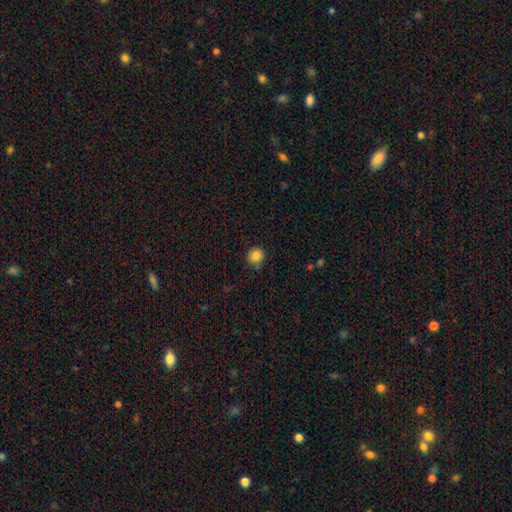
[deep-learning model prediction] Q: Smooth or featured?
A: smooth (85%); runner-up: star or artifact (10%)
Q: How rounded?
A: round (88%); runner-up: in between (11%)
Q: Merging?
A: none (80%); runner-up: minor disturbance (13%)